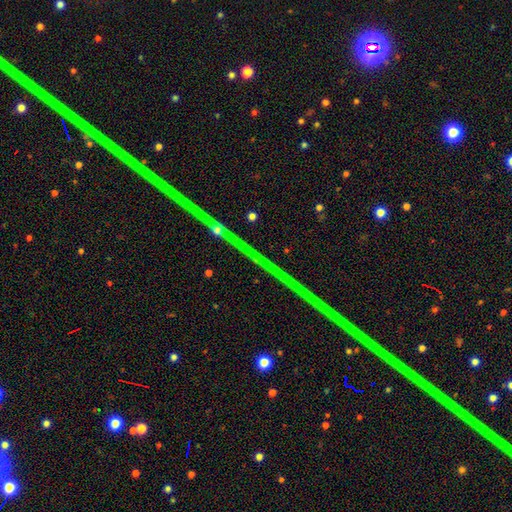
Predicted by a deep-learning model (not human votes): Q: Smooth or featured?
A: star or artifact (87%); runner-up: featured or disk (8%)